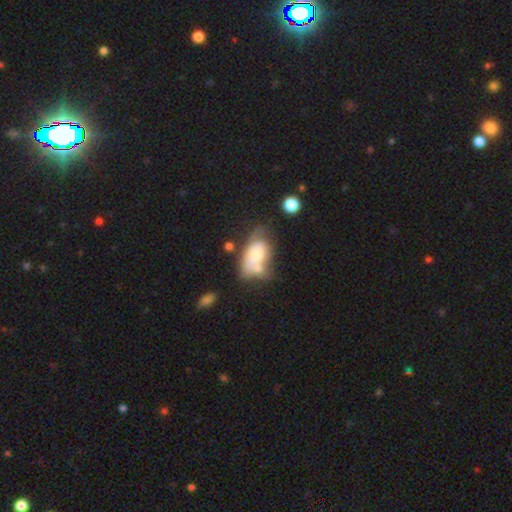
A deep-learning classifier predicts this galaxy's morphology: Smooth or featured?
  - smooth: 60% *
  - featured or disk: 33%
  - star or artifact: 7%
How rounded?
  - in between: 89% *
  - round: 8%
  - cigar-shaped: 4%
Merging?
  - merger: 39% *
  - none: 24%
  - minor disturbance: 21%
  - major disturbance: 16%